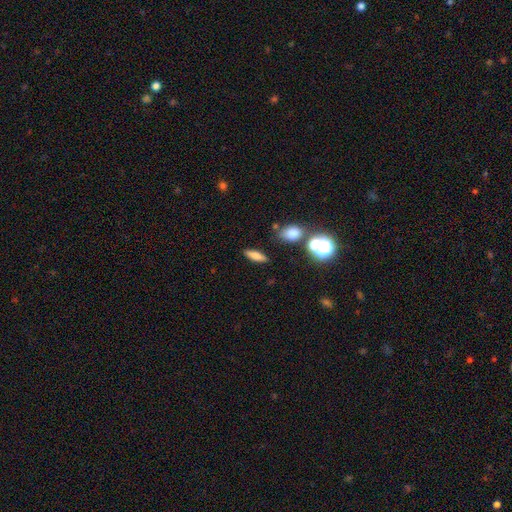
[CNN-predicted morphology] A smooth galaxy with no disk features (71%) that is cigar-shaped (48%).

Vote fractions:
- Smooth or featured? smooth: 71% / featured or disk: 18% / star or artifact: 12%
- How rounded? cigar-shaped: 48% / in between: 47% / round: 5%
- Merging? none: 84% / minor disturbance: 9% / merger: 4% / major disturbance: 3%